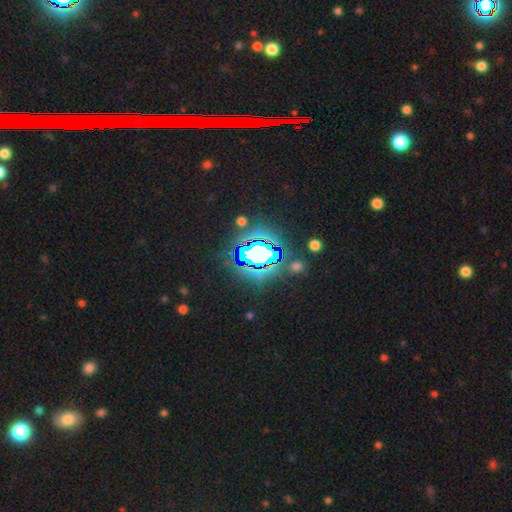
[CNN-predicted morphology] type=star or artifact (74%).